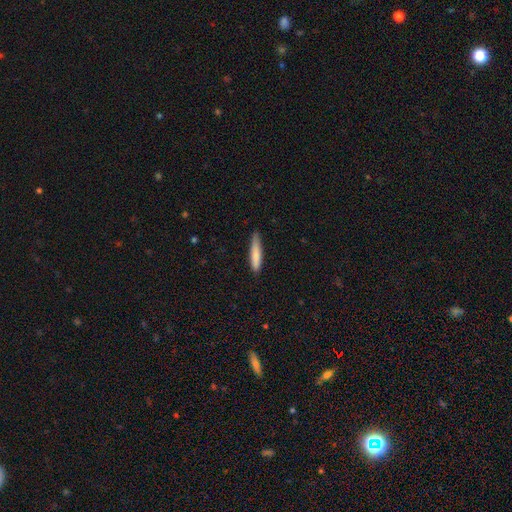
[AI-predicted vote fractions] Smooth or featured? smooth (80%)
How rounded? cigar-shaped (87%)
Merging? none (76%)